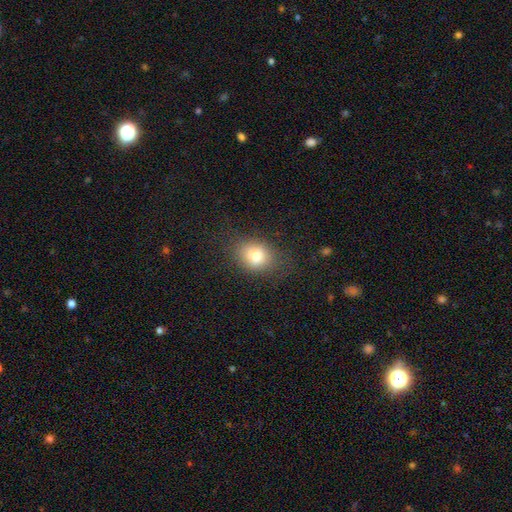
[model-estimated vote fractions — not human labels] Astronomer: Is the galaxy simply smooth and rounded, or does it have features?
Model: smooth — 76%.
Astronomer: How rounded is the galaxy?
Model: in between — 50% (runner-up: round, 49%).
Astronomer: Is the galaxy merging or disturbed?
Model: none — 76%.